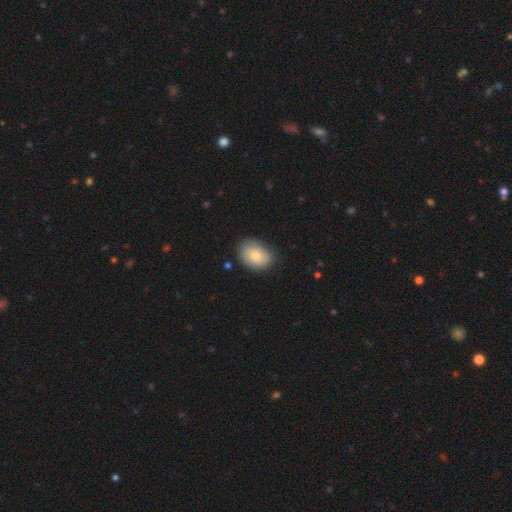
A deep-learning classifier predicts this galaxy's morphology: smooth 79%, featured or disk 14%, star or artifact 6%. Down the decision tree: how rounded — in between (75%); merging — none (78%).